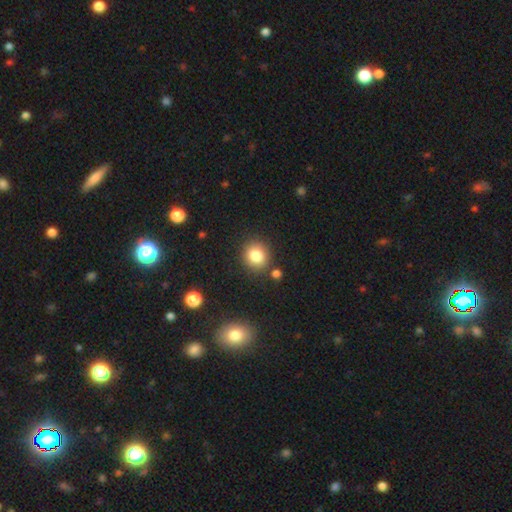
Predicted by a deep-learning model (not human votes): smooth_or_featured: smooth (p=0.82) [alt: star or artifact p=0.11]
how_rounded: round (p=0.82) [alt: in between p=0.17]
merging: none (p=0.83) [alt: minor disturbance p=0.09]